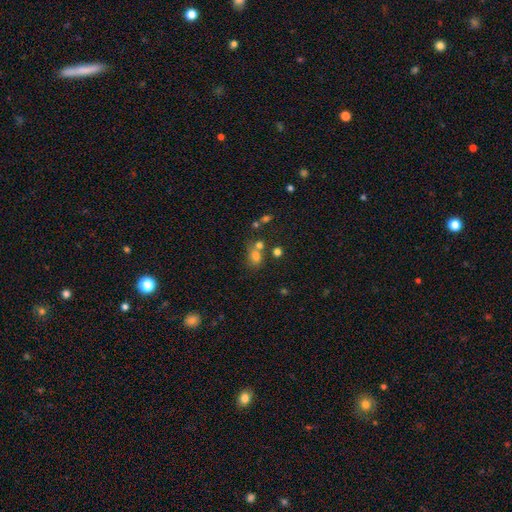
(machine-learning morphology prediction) smooth_or_featured: smooth (p=0.71) [alt: star or artifact p=0.17]
how_rounded: round (p=0.51) [alt: in between p=0.48]
merging: none (p=0.45) [alt: merger p=0.35]